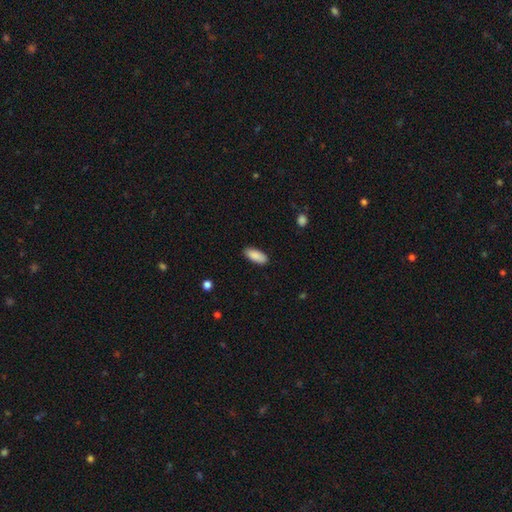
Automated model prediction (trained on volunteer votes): This is clearly a smooth galaxy (89%). How rounded: clearly in between (84%). Merging: clearly none (87%).